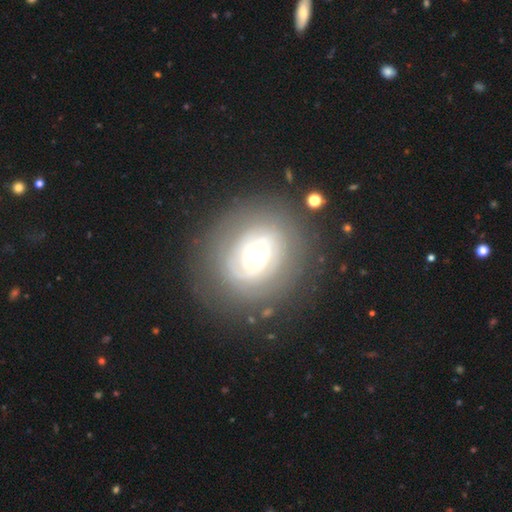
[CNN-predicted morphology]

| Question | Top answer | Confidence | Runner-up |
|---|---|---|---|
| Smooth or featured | featured or disk | 70% | smooth (23%) |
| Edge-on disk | no | 96% | yes (4%) |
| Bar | no | 79% | weak (15%) |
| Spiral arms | yes | 52% | no (48%) |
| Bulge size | moderate | 65% | small (23%) |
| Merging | none | 76% | minor disturbance (14%) |